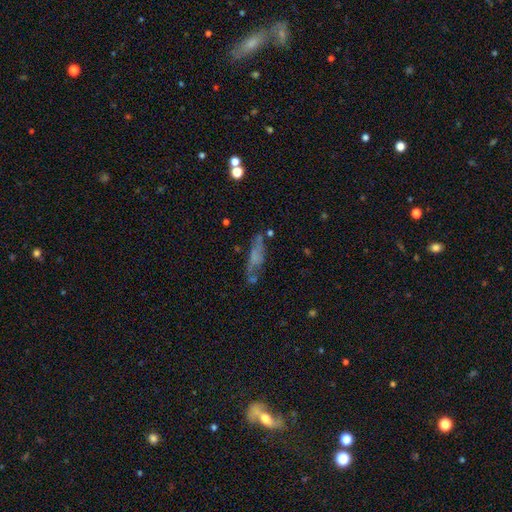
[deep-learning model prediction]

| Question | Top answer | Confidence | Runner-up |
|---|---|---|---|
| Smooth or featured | smooth | 45% | featured or disk (41%) |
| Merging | none | 53% | minor disturbance (23%) |